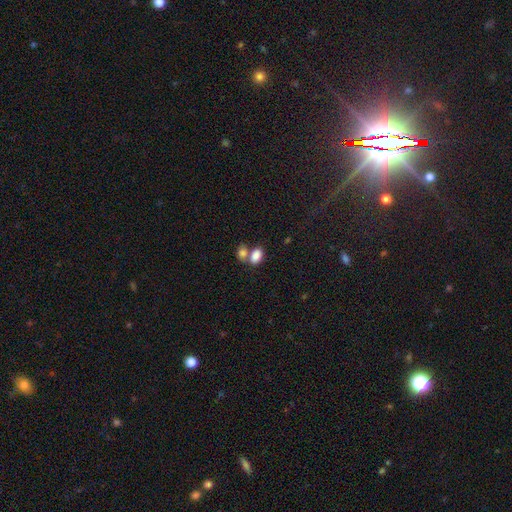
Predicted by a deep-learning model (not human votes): Smooth or featured: smooth — 84% (star or artifact — 8%)
How rounded: in between — 85% (round — 14%)
Merging: merger — 53% (none — 34%)